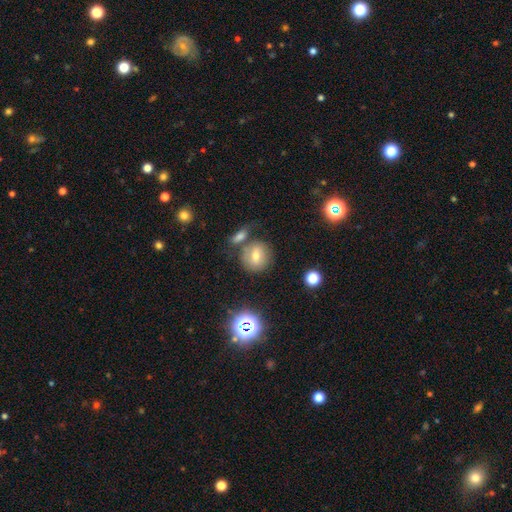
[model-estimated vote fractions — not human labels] The model was most divided on "smooth or featured": smooth: 61%, featured or disk: 27%, star or artifact: 13%. More confident: how rounded — round (82%); merging — none (62%).